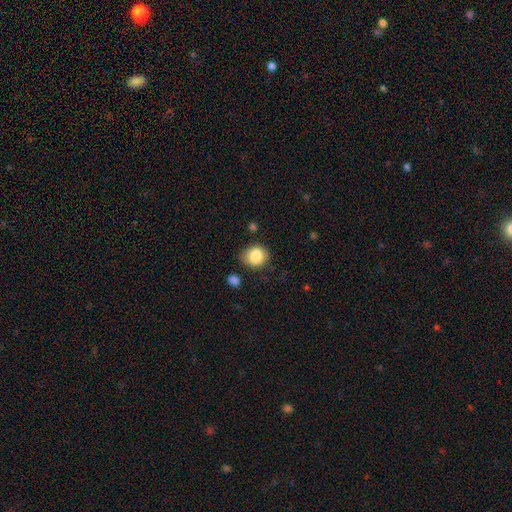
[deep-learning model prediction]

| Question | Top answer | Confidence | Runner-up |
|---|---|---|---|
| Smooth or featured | smooth | 85% | star or artifact (9%) |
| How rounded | round | 70% | in between (29%) |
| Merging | none | 73% | minor disturbance (19%) |